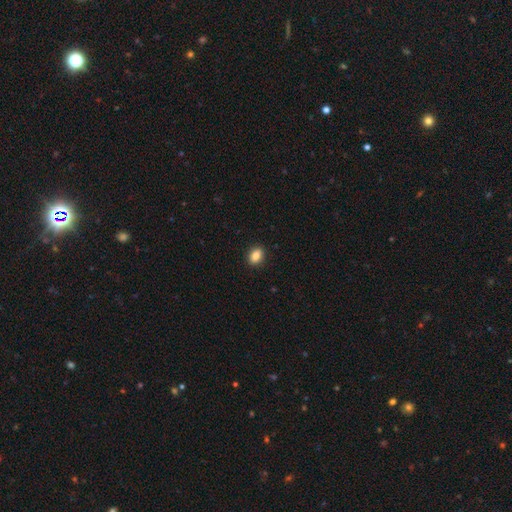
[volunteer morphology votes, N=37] Overall: smooth (97%). How rounded: in between (81%). Merging: none (92%).